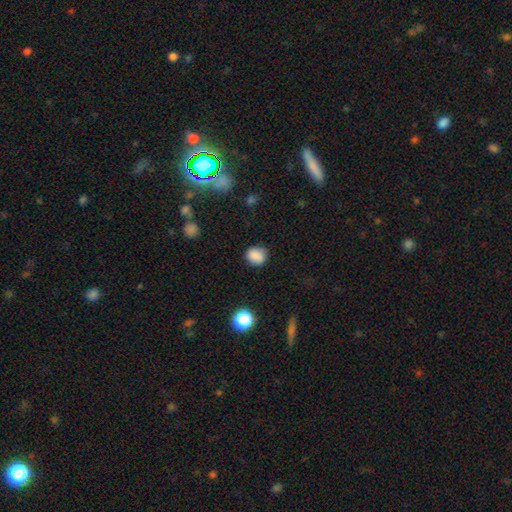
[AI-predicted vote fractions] Smooth or featured?
  - smooth: 86% *
  - star or artifact: 10%
  - featured or disk: 4%
How rounded?
  - round: 75% *
  - in between: 24%
  - cigar-shaped: 1%
Merging?
  - none: 81% *
  - minor disturbance: 15%
  - major disturbance: 3%
  - merger: 2%